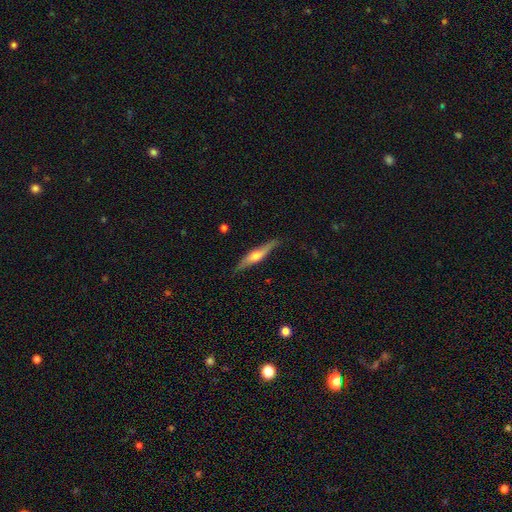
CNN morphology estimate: smooth-or-featured: featured or disk: 59% | smooth: 36% | star or artifact: 6%
  disk-edge-on: yes: 94% | no: 6%
    edge-on-bulge: rounded: 85% | boxy: 9% | none: 6%
  merging: none: 83% | minor disturbance: 13% | major disturbance: 2% | merger: 1%